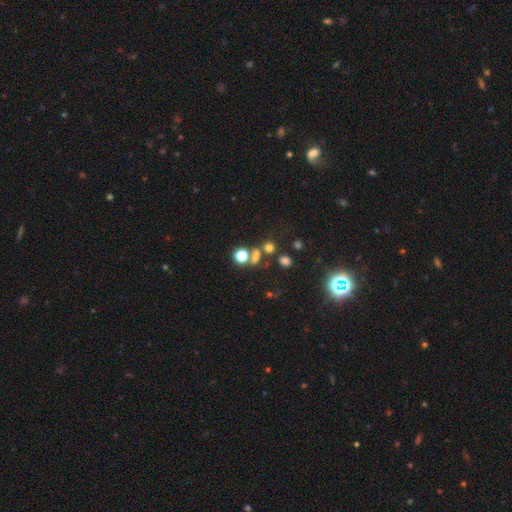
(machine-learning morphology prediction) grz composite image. It shows a smooth galaxy with no disk features (56%) that is round (64%). Merging: none (58%).